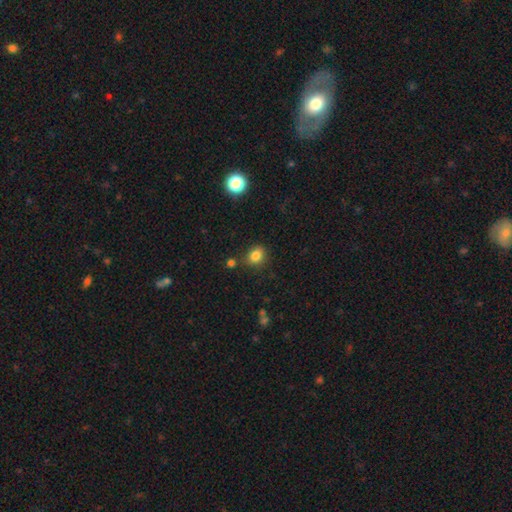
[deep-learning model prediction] Smooth or featured?
  - smooth: 82% *
  - star or artifact: 12%
  - featured or disk: 6%
How rounded?
  - round: 54% *
  - in between: 45%
  - cigar-shaped: 1%
Merging?
  - none: 77% *
  - minor disturbance: 13%
  - merger: 6%
  - major disturbance: 4%